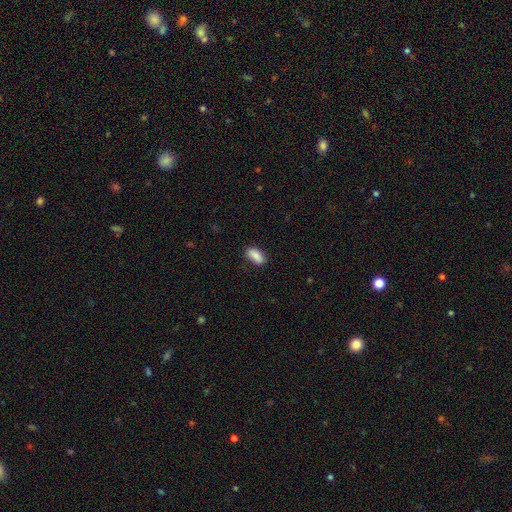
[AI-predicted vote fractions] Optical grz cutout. It shows a smooth galaxy with no disk features (87%) that is in between round and cigar-shaped (89%). Merging: none (82%).